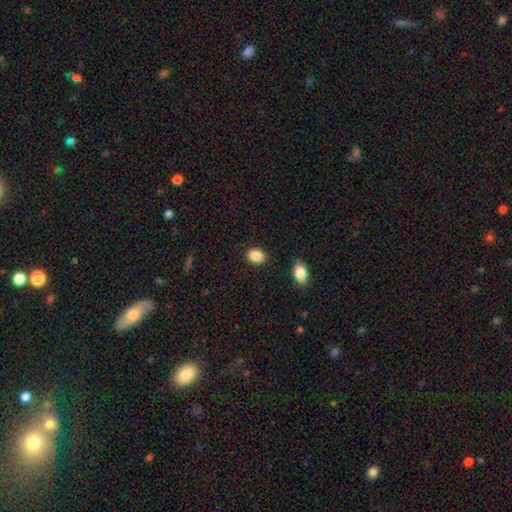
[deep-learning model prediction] Smooth or featured: smooth — 88% (star or artifact — 8%)
How rounded: in between — 66% (round — 32%)
Merging: none — 86% (minor disturbance — 9%)